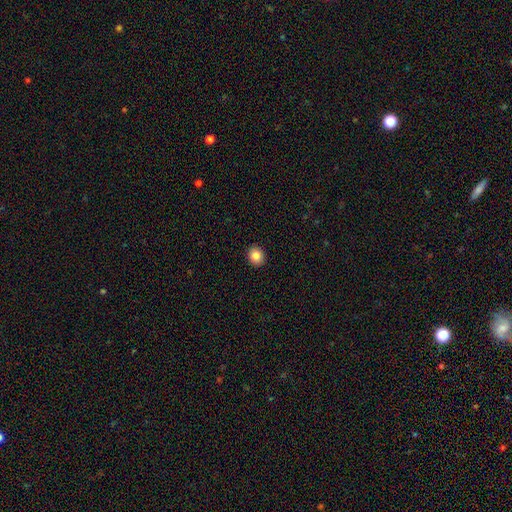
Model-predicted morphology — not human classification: This is clearly a smooth galaxy (85%). How rounded: likely round (74%). Merging: clearly none (92%).